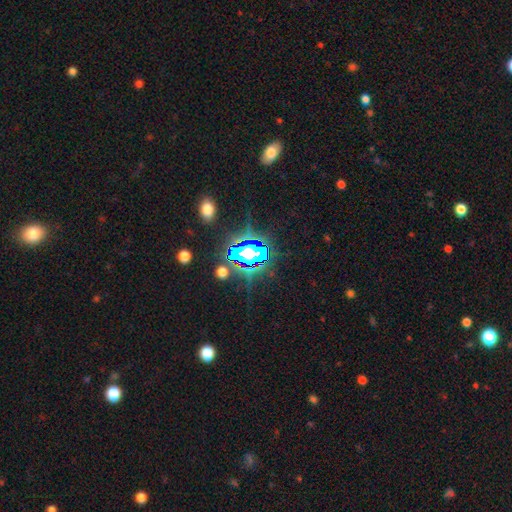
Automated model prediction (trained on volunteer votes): smooth-or-featured: star or artifact: 79% | smooth: 12% | featured or disk: 9%